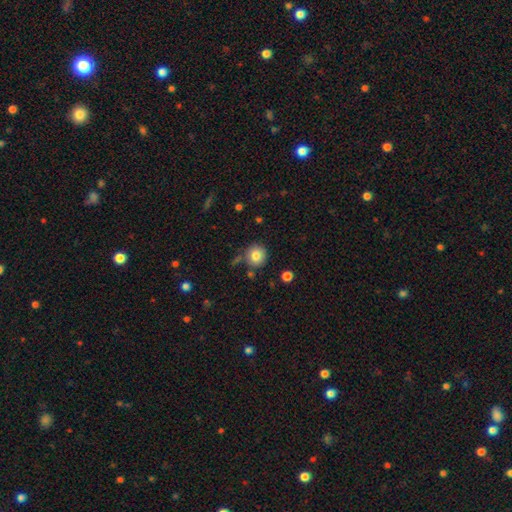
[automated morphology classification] Smooth or featured?
  - smooth: 82% *
  - star or artifact: 10%
  - featured or disk: 9%
How rounded?
  - round: 91% *
  - in between: 8%
  - cigar-shaped: 1%
Merging?
  - none: 78% *
  - minor disturbance: 12%
  - merger: 6%
  - major disturbance: 4%